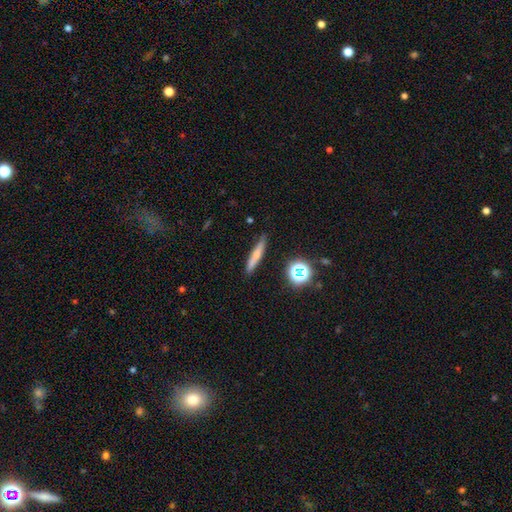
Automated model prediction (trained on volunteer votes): Smooth or featured? Predicted: smooth (p=0.64). How rounded? Predicted: cigar-shaped (p=0.89). Merging? Predicted: none (p=0.85).